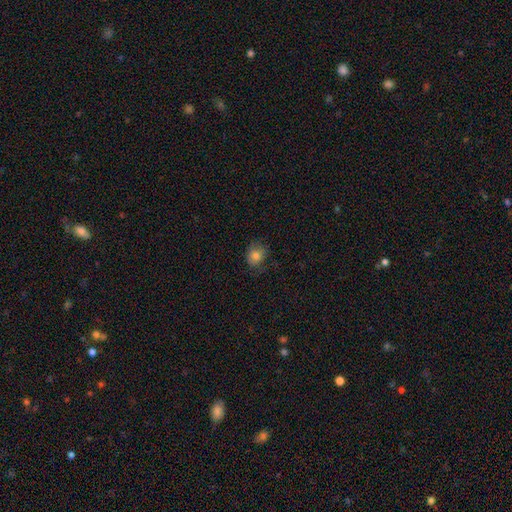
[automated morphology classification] type=smooth (79%); roundness=round (61%); merging=none (71%).